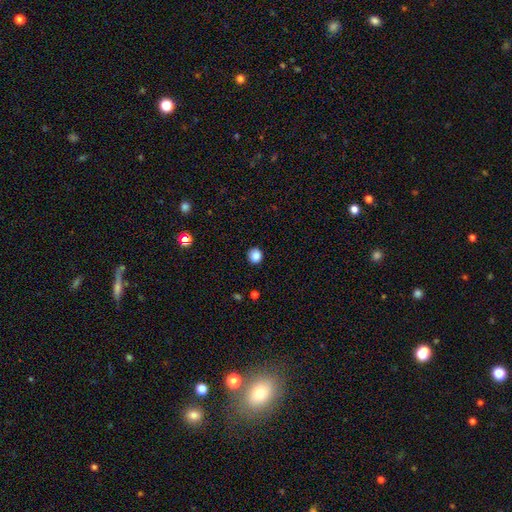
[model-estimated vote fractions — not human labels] smooth 87%, star or artifact 10%, featured or disk 3%. Down the decision tree: how rounded — round (88%); merging — none (91%).